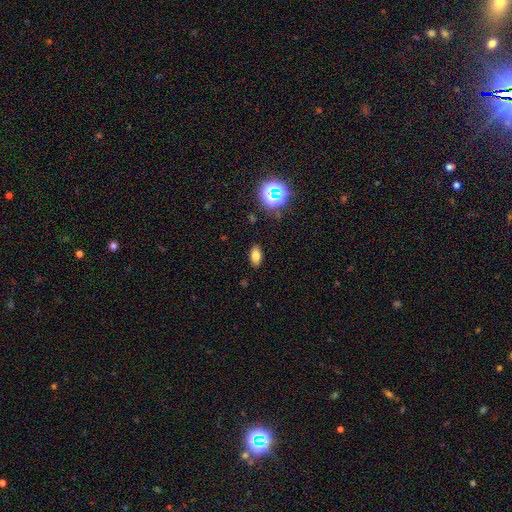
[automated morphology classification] This is likely a smooth galaxy (76%). How rounded: clearly in between (90%). Merging: clearly none (88%).